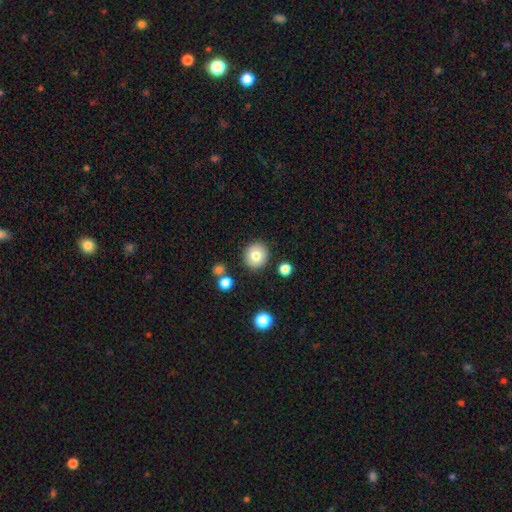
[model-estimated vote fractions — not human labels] Smooth or featured? Predicted: smooth (p=0.79). How rounded? Predicted: round (p=0.84). Merging? Predicted: none (p=0.86).